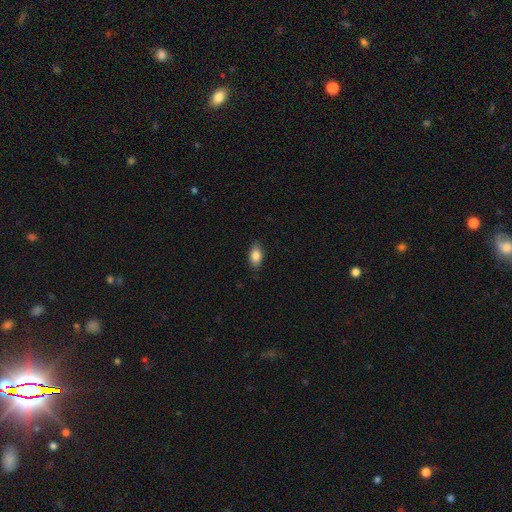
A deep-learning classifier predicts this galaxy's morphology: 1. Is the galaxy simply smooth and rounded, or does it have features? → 84% smooth, 8% featured or disk, 7% star or artifact.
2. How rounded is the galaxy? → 89% in between, 7% round, 4% cigar-shaped.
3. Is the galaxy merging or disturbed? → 85% none, 12% minor disturbance, 2% major disturbance, 1% merger.